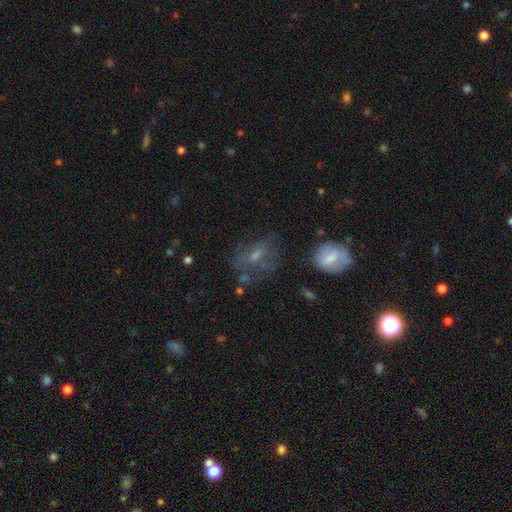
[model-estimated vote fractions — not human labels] smooth-or-featured: smooth: 42% (tied) | featured or disk: 42% (tied) | star or artifact: 16%
  merging: none: 50% | major disturbance: 23% | minor disturbance: 22% | merger: 6%